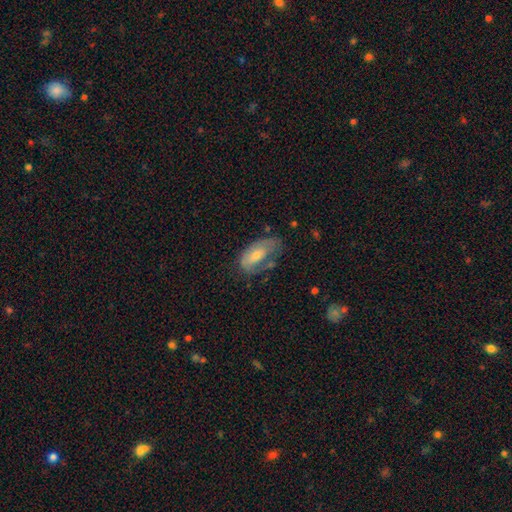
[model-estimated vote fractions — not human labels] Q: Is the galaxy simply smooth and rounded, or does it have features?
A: smooth — 50%.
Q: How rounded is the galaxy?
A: in between — 88%.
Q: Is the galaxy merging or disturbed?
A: none — 43%.